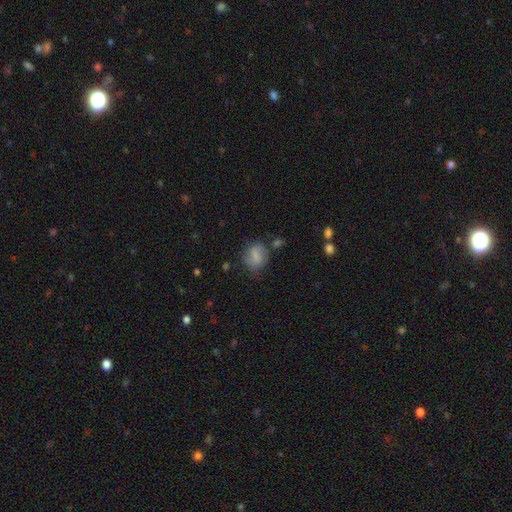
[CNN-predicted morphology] This appears to be a smooth galaxy with no disk features (67%) that is round (49%). Merging: none (64%).